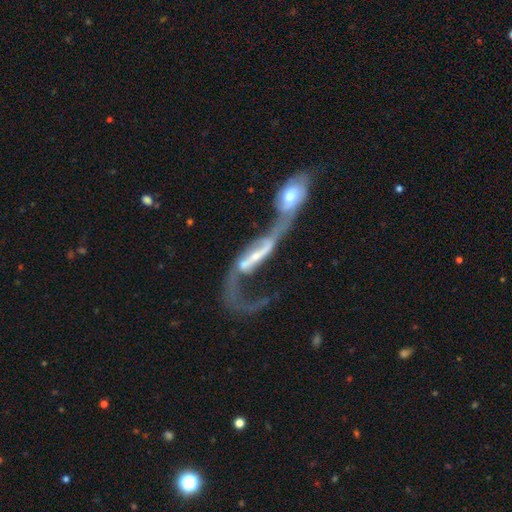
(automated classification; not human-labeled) A featured or disk galaxy (80%) with a strong bar (42%), 2 (68%) loose (84%) spiral arms (81%) and a small central bulge (47%). Merging: merger (73%).